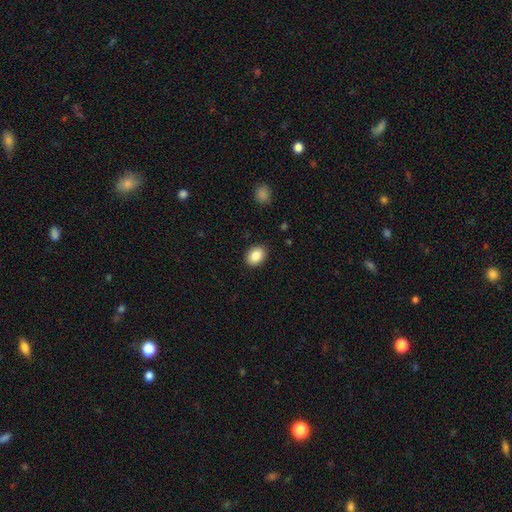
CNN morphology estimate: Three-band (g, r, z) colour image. It shows a smooth galaxy with no disk features (87%) that is in between round and cigar-shaped (69%). Merging: none (89%).